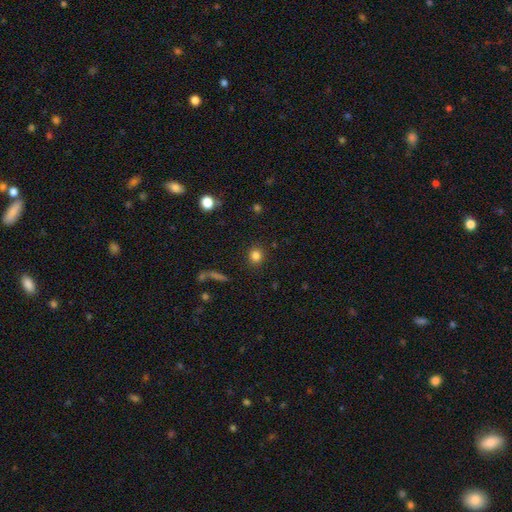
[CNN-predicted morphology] smooth 82%, star or artifact 12%, featured or disk 6%. Down the decision tree: how rounded — round (87%); merging — none (90%).